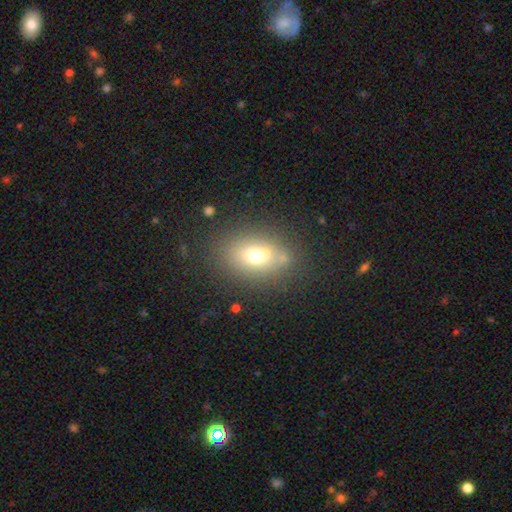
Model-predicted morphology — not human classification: The model was most divided on "how rounded": in between: 71%, round: 27%, cigar-shaped: 2%. More confident: merging — none (67%); smooth or featured — smooth (66%).